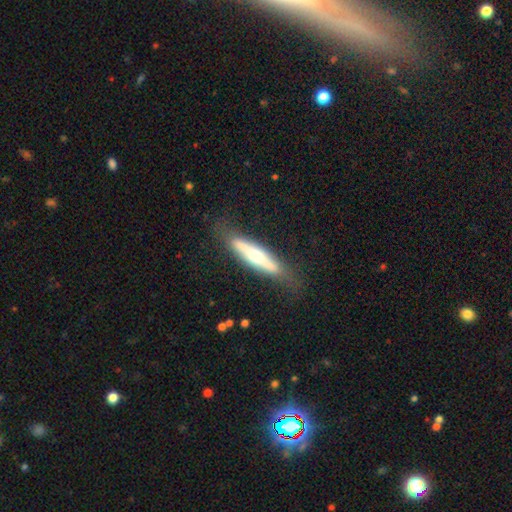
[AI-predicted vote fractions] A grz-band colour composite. It shows a featured or disk galaxy (55%) viewed edge-on (79%). Merging: none (77%).